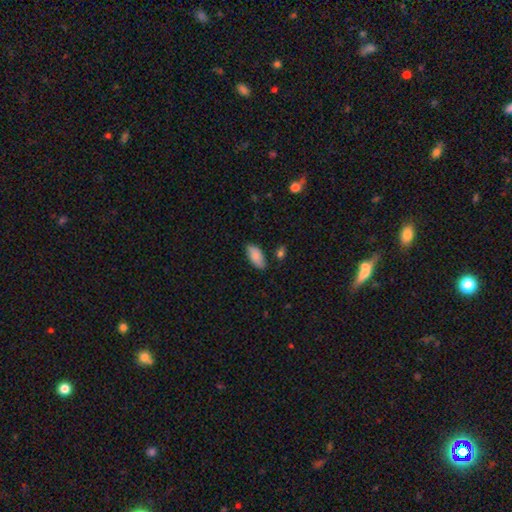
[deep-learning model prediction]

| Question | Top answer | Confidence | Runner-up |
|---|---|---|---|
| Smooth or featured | smooth | 84% | featured or disk (10%) |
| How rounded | in between | 91% | cigar-shaped (7%) |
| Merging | none | 80% | minor disturbance (15%) |